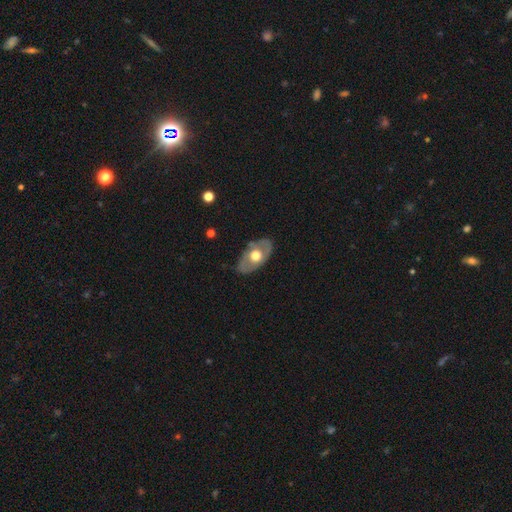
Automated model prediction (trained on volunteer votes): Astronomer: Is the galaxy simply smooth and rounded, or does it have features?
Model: featured or disk — 54% (runner-up: smooth, 40%).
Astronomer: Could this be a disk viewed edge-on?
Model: no — 86%.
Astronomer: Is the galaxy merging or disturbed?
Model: none — 77%.